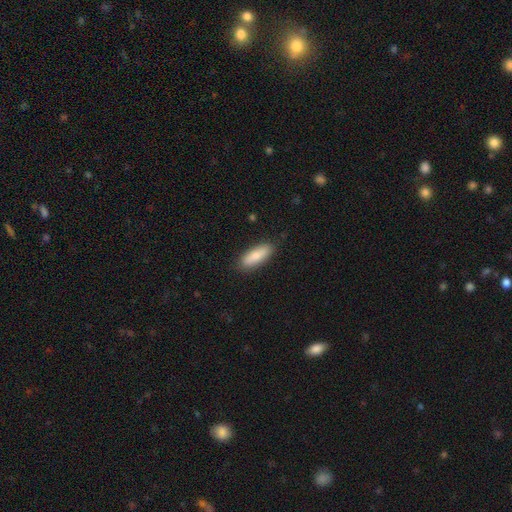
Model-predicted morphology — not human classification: This is clearly a smooth galaxy (82%). How rounded: likely in between (61%). Merging: clearly none (86%).